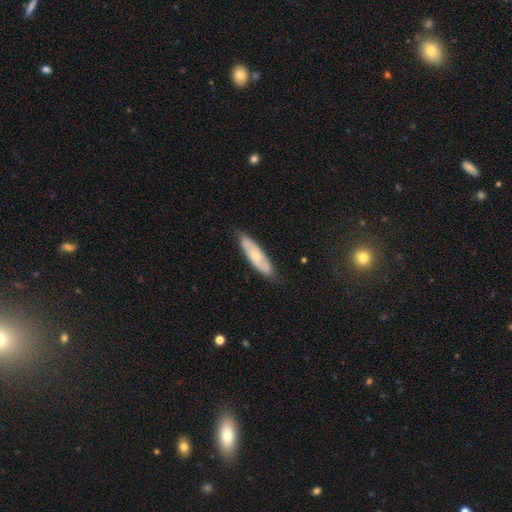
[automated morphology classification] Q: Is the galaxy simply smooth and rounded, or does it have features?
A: featured or disk — 54%.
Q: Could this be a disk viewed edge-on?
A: no — 72%.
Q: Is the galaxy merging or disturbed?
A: none — 79%.